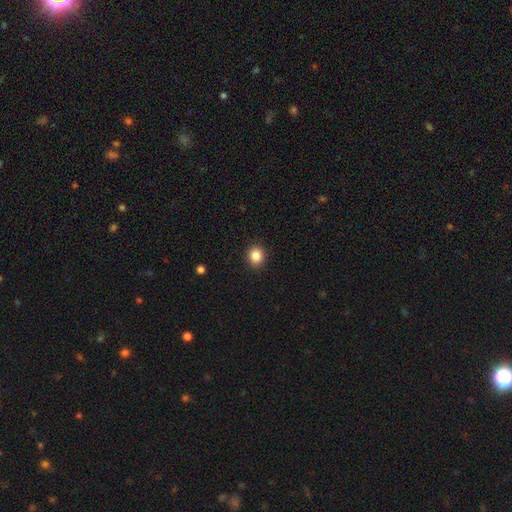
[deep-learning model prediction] A smooth galaxy with no disk features (86%) that is round (79%).

Vote fractions:
- Smooth or featured? smooth: 86% / star or artifact: 10% / featured or disk: 4%
- How rounded? round: 79% / in between: 20% / cigar-shaped: 1%
- Merging? none: 91% / minor disturbance: 6% / major disturbance: 2% / merger: 1%